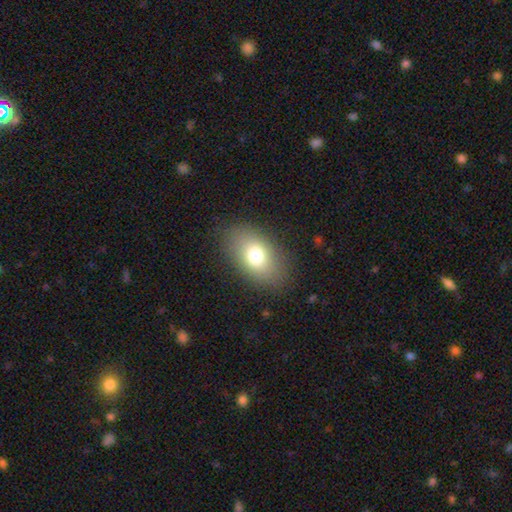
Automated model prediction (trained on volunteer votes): This appears to be a smooth galaxy with no disk features (75%) that is in between round and cigar-shaped (86%). Merging: none (85%).